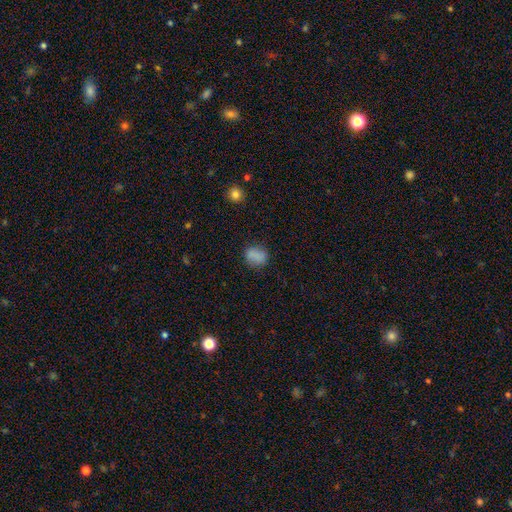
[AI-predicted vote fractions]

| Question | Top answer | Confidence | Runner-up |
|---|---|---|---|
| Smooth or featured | smooth | 84% | star or artifact (11%) |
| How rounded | in between | 52% | round (47%) |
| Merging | none | 79% | minor disturbance (15%) |